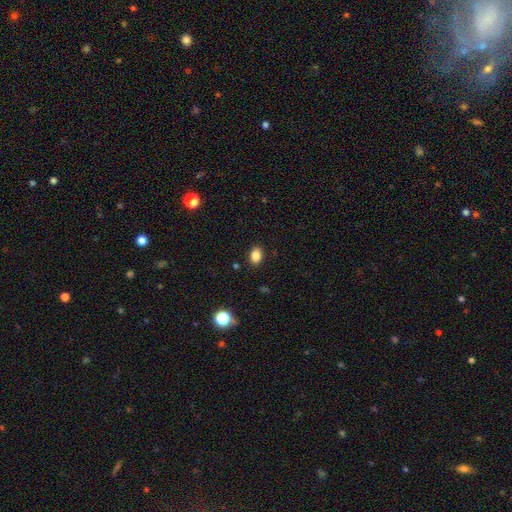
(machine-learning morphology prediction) Smooth or featured? Predicted: smooth (p=0.84). How rounded? Predicted: in between (p=0.76). Merging? Predicted: none (p=0.88).